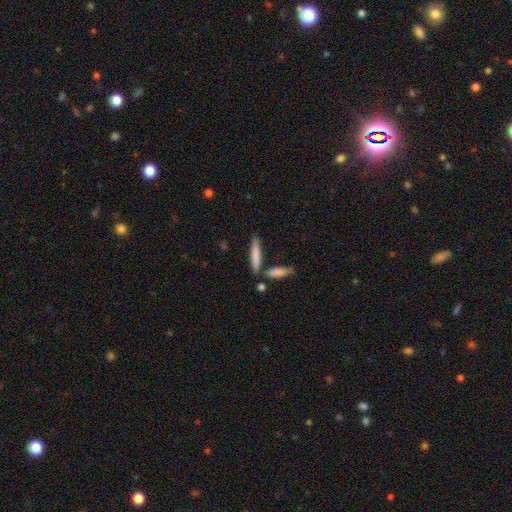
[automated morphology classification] This is likely a smooth galaxy (77%). How rounded: clearly cigar-shaped (86%). Merging: likely none (73%).